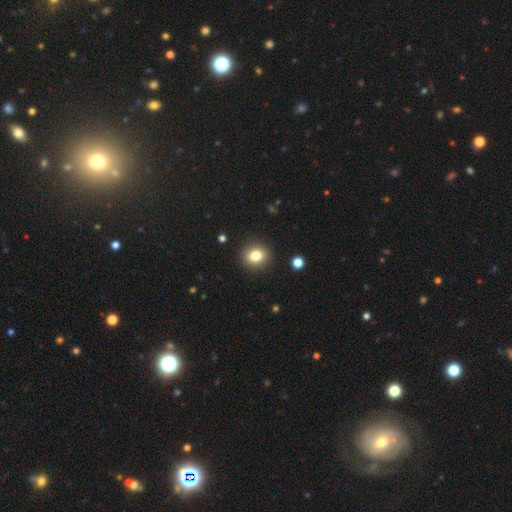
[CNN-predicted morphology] This appears to be a smooth galaxy with no disk features (81%) that is round (72%). Merging: none (90%).